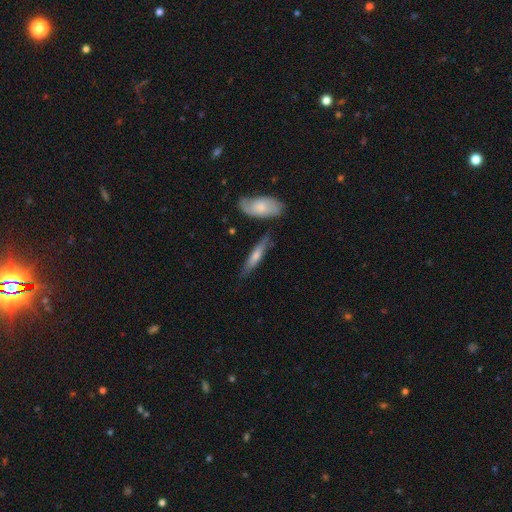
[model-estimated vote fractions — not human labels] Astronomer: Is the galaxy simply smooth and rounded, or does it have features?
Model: smooth — 51% (runner-up: featured or disk, 43%).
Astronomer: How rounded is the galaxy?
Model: cigar-shaped — 79%.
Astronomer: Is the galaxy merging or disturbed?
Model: none — 74%.